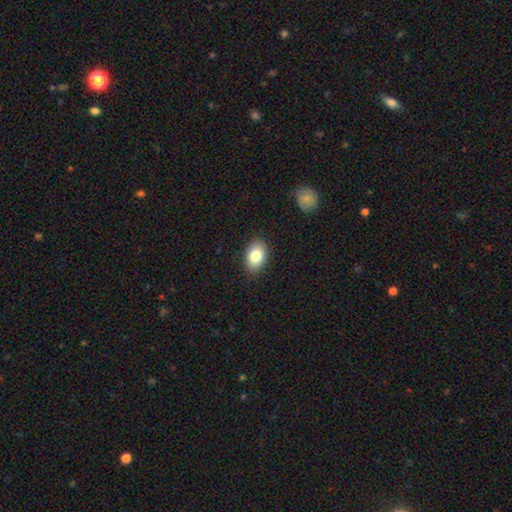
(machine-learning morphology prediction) A smooth galaxy with no disk features (82%) that is in between round and cigar-shaped (86%). Merging: none (88%).